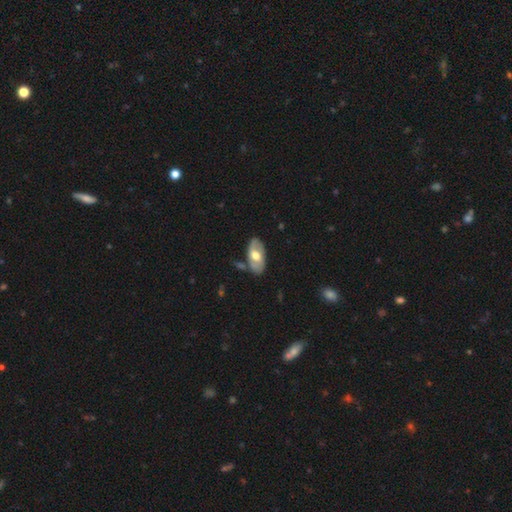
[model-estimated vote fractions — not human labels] The model was most divided on "smooth or featured": featured or disk: 51%, smooth: 44%, star or artifact: 5%. More confident: edge-on disk — no (88%); merging — none (70%).